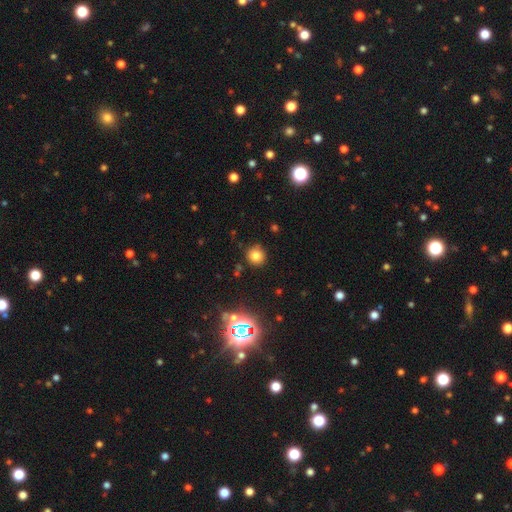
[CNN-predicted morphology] Overall: smooth (76%). How rounded: round (91%). Merging: none (86%).